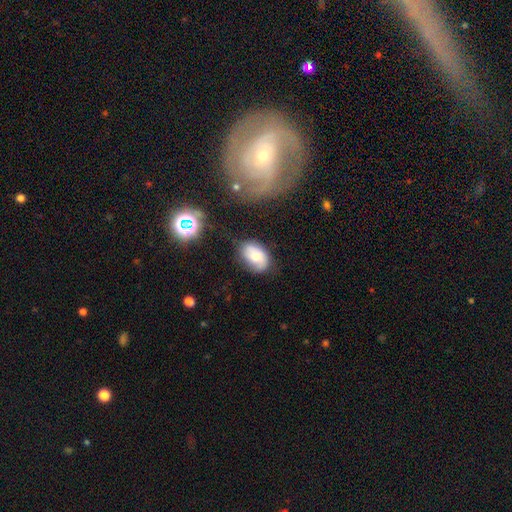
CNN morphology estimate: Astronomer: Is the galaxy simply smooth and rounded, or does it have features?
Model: smooth — 64%.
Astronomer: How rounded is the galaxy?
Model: in between — 86%.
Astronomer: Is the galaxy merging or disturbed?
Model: none — 62%.